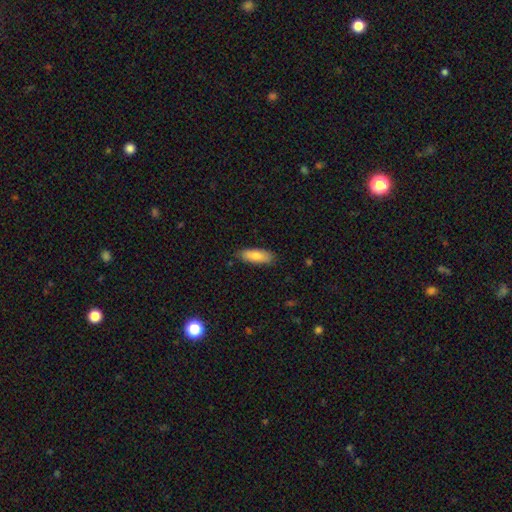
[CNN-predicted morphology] smooth_or_featured: smooth (p=0.82) [alt: featured or disk p=0.12]
how_rounded: in between (p=0.66) [alt: cigar-shaped p=0.32]
merging: none (p=0.85) [alt: minor disturbance p=0.11]